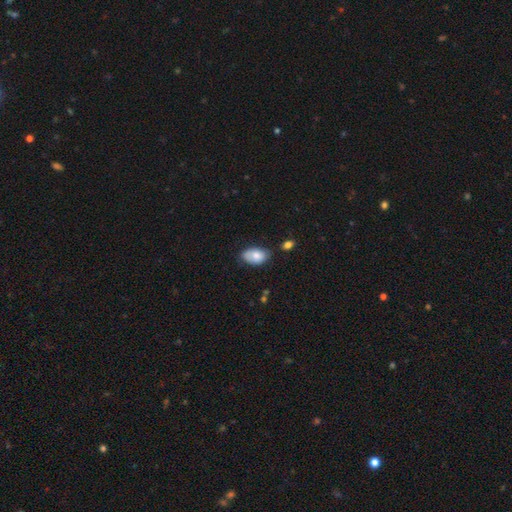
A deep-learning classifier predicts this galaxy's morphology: A smooth galaxy with no disk features (78%) that is in between round and cigar-shaped (92%).

Vote fractions:
- Smooth or featured? smooth: 78% / featured or disk: 14% / star or artifact: 7%
- How rounded? in between: 92% / round: 6% / cigar-shaped: 1%
- Merging? none: 65% / minor disturbance: 26% / major disturbance: 5% / merger: 4%